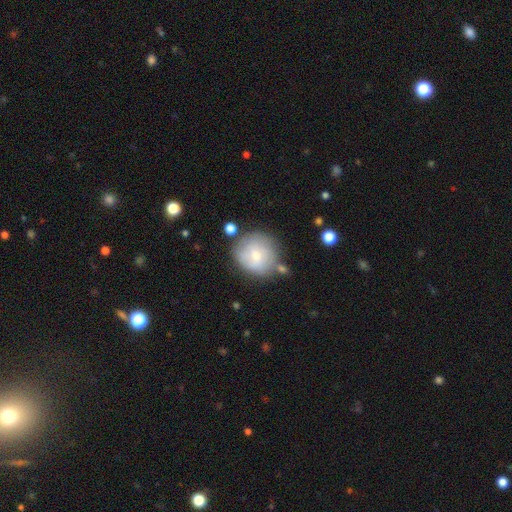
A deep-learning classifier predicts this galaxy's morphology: smooth_or_featured: smooth (p=0.63) [alt: featured or disk p=0.29]
how_rounded: round (p=0.89) [alt: in between p=0.10]
merging: none (p=0.66) [alt: minor disturbance p=0.19]